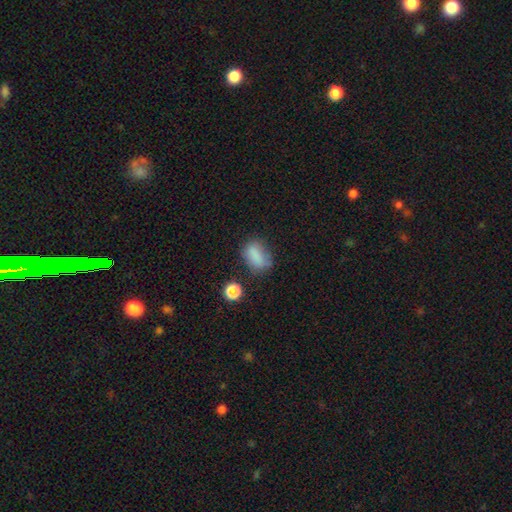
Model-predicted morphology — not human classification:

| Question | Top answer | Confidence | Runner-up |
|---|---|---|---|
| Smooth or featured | smooth | 78% | star or artifact (12%) |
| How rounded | in between | 78% | round (18%) |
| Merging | none | 58% | minor disturbance (27%) |